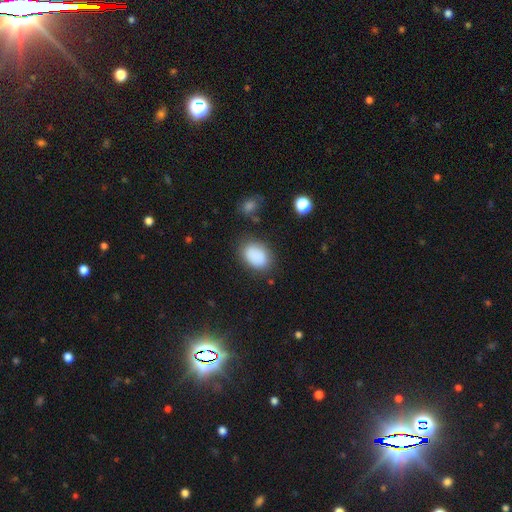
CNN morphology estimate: This appears to be a smooth galaxy with no disk features (87%) that is in between round and cigar-shaped (80%). Merging: none (79%).